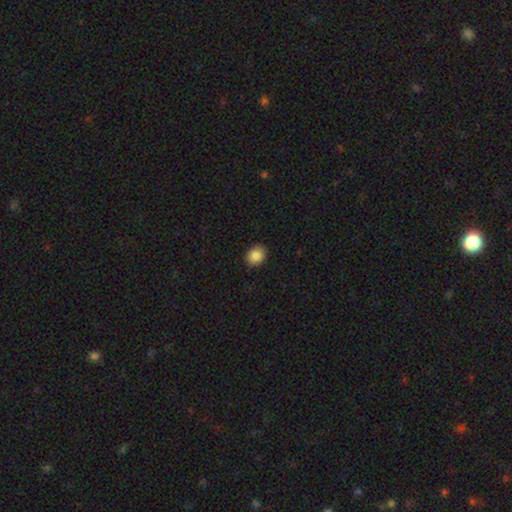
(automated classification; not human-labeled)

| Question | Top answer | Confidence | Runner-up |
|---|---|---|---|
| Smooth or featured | smooth | 87% | star or artifact (9%) |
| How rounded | round | 58% | in between (41%) |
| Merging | none | 90% | minor disturbance (7%) |